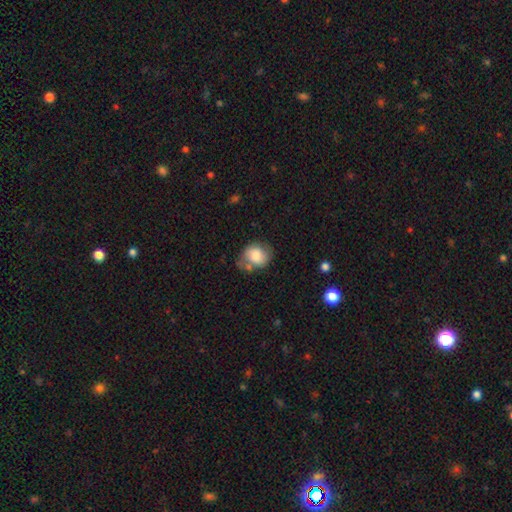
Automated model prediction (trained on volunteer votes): A smooth galaxy with no disk features (73%) that is round (58%).

Vote fractions:
- Smooth or featured? smooth: 73% / featured or disk: 20% / star or artifact: 8%
- How rounded? round: 58% / in between: 41% / cigar-shaped: 1%
- Merging? none: 45% / minor disturbance: 30% / major disturbance: 12% / merger: 12%